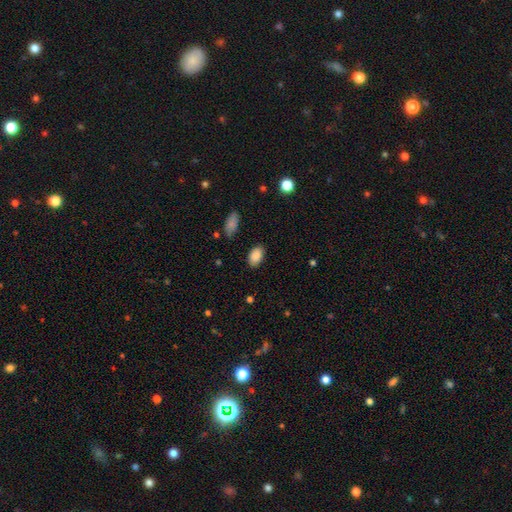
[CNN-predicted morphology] This appears to be a smooth galaxy with no disk features (88%) that is in between round and cigar-shaped (91%). Merging: none (85%).